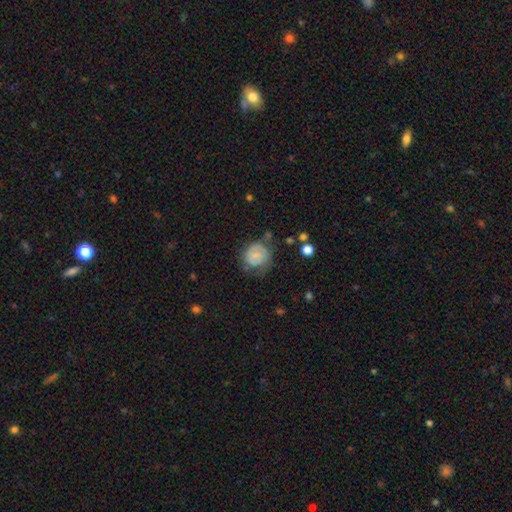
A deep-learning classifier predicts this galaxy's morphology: The model was most divided on "smooth or featured": smooth: 50%, featured or disk: 42%, star or artifact: 8%. Remaining: how rounded — round (75%); merging — none (49%).